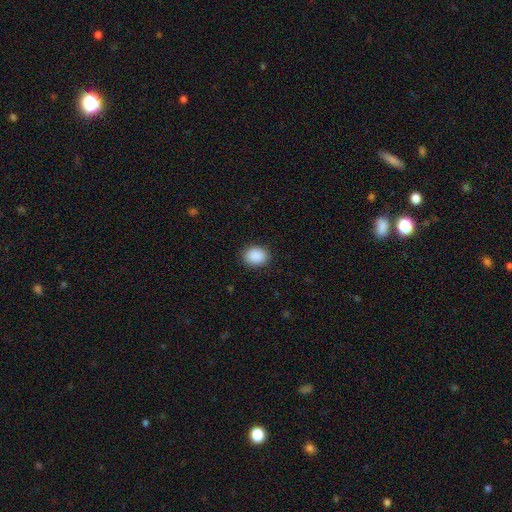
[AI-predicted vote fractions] Smooth or featured? Predicted: smooth (p=0.90). How rounded? Predicted: in between (p=0.54). Merging? Predicted: none (p=0.89).